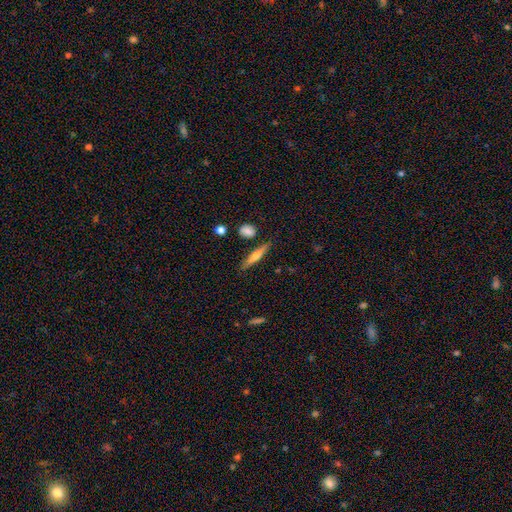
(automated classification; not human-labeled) The model was most divided on "smooth or featured": smooth: 54%, featured or disk: 40%, star or artifact: 7%. More confident: how rounded — cigar-shaped (87%); merging — none (83%).